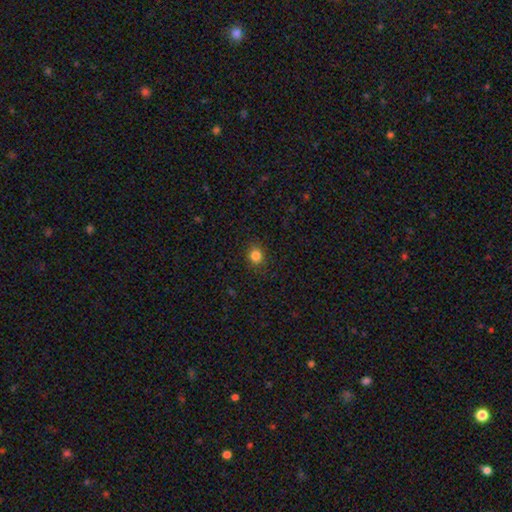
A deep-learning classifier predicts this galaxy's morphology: Smooth or featured: smooth — 84% (star or artifact — 12%)
How rounded: round — 79% (in between — 20%)
Merging: none — 89% (minor disturbance — 7%)